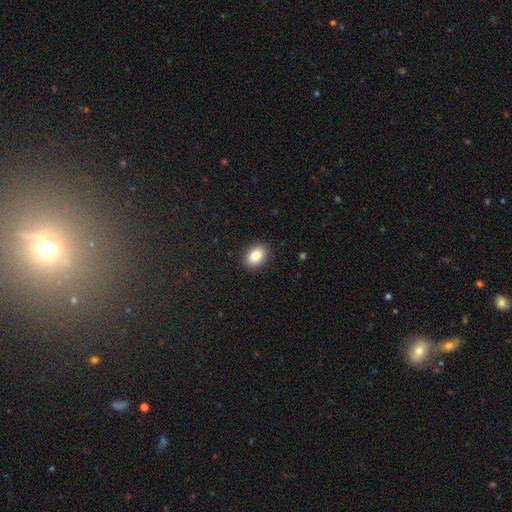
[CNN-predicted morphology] Smooth or featured?
  - smooth: 85% *
  - star or artifact: 8%
  - featured or disk: 7%
How rounded?
  - in between: 75% *
  - round: 24%
  - cigar-shaped: 1%
Merging?
  - none: 90% *
  - minor disturbance: 7%
  - major disturbance: 2%
  - merger: 1%